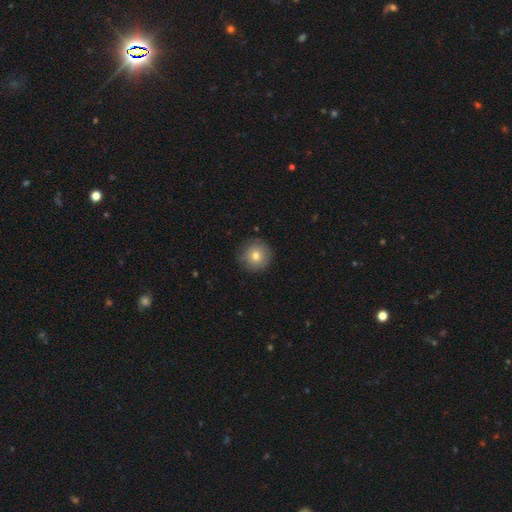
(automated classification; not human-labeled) Smooth or featured? smooth (74%)
How rounded? round (95%)
Merging? none (85%)